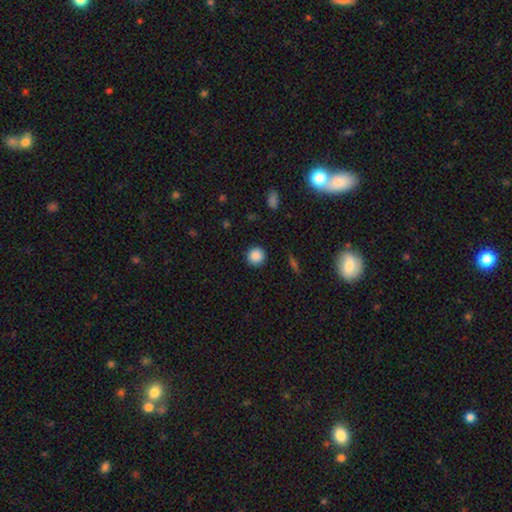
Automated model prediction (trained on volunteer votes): This appears to be a smooth galaxy with no disk features (87%) that is round (94%). Merging: none (91%).